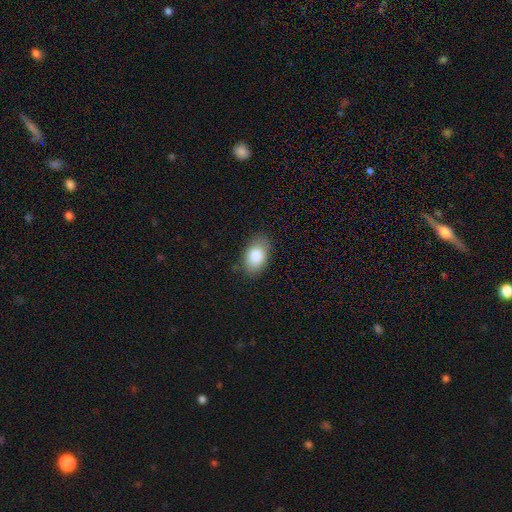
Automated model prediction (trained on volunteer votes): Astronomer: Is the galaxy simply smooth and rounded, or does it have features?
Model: smooth — 82%.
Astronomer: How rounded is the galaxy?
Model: in between — 90%.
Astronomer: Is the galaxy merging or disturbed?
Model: none — 83%.